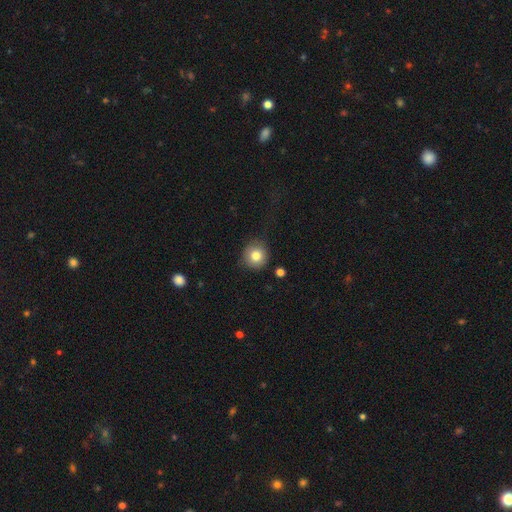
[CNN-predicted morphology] type=smooth (81%); roundness=round (92%); merging=none (81%).